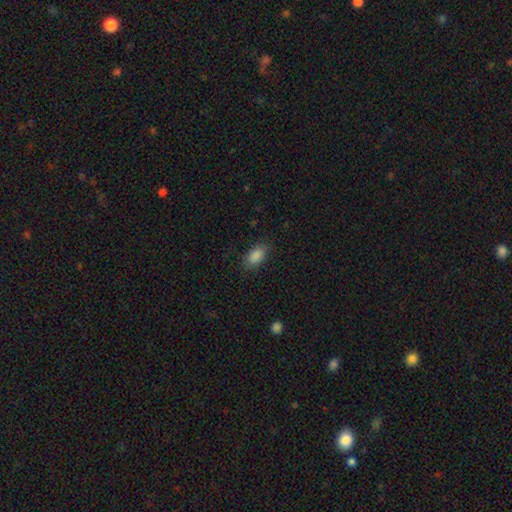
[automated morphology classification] Smooth or featured? Predicted: smooth (p=0.88). How rounded? Predicted: in between (p=0.91). Merging? Predicted: none (p=0.84).